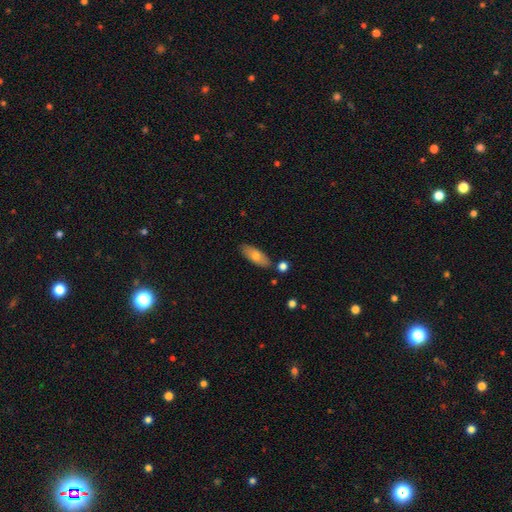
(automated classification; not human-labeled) smooth-or-featured: smooth: 72% | featured or disk: 22% | star or artifact: 6%
  how-rounded: in between: 76% | cigar-shaped: 21% | round: 3%
  merging: none: 82% | minor disturbance: 11% | merger: 4% | major disturbance: 2%